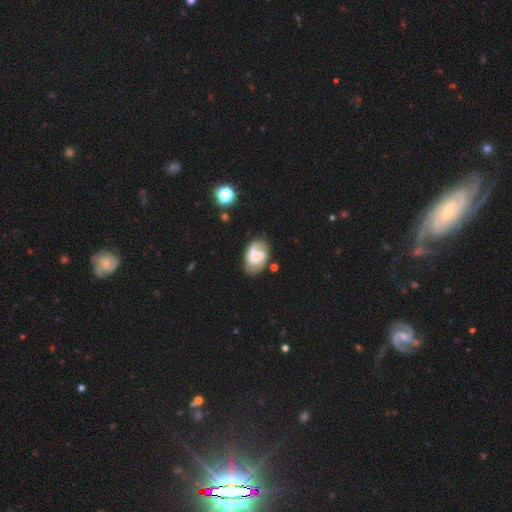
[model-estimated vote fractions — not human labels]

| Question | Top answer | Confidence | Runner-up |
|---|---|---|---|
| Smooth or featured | featured or disk | 64% | smooth (28%) |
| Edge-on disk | no | 97% | yes (3%) |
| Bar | no | 52% | weak (39%) |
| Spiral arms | yes | 87% | no (13%) |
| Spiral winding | medium | 44% | tight (29%) |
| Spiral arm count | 2 | 64% | 1 (14%) |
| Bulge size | none | 36% | small (31%) |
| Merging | none | 61% | minor disturbance (22%) |